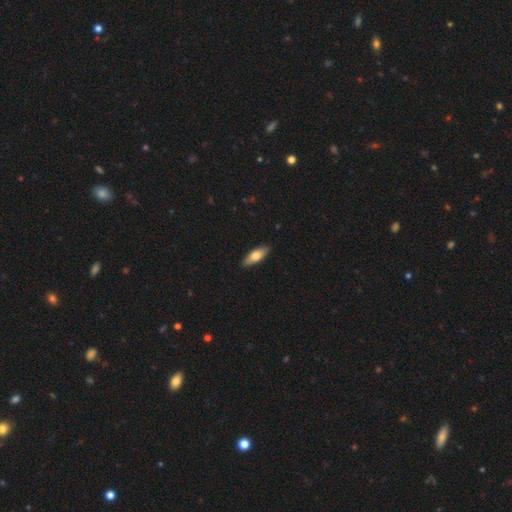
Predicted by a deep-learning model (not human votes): A smooth galaxy with no disk features (71%) that is in between round and cigar-shaped (65%).

Vote fractions:
- Smooth or featured? smooth: 71% / featured or disk: 24% / star or artifact: 5%
- How rounded? in between: 65% / cigar-shaped: 33% / round: 2%
- Merging? none: 90% / minor disturbance: 8% / major disturbance: 2% / merger: 1%